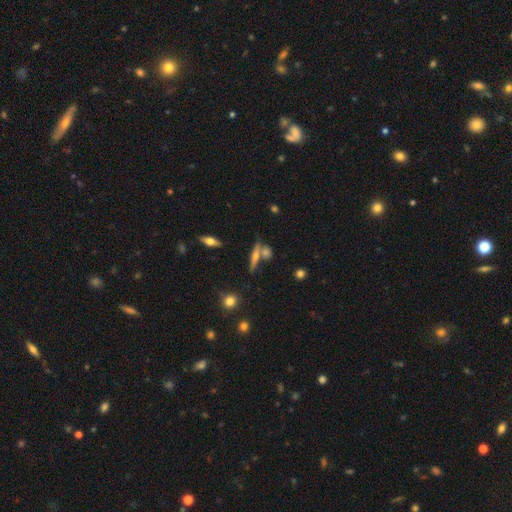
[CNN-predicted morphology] This appears to be a featured or disk galaxy (46%). Merging: none (60%).